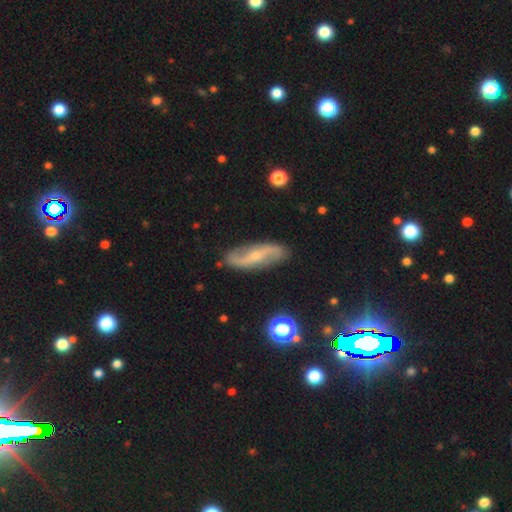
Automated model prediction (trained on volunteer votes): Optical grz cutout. It shows a featured or disk galaxy (81%) with no bar (40%), 2 (92%) loose (70%) spiral arms (93%) and a small central bulge (70%). Merging: none (84%).